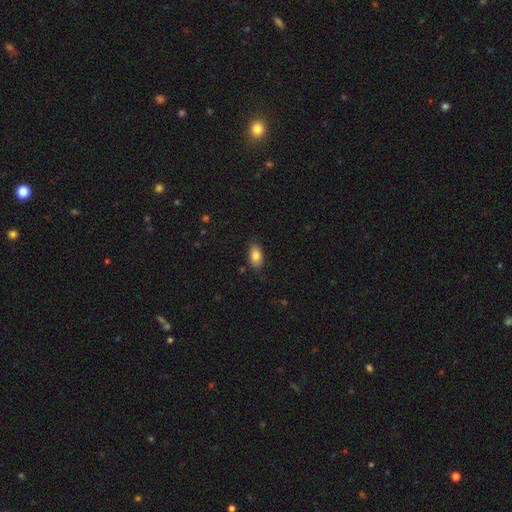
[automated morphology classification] This is clearly a smooth galaxy (83%). How rounded: clearly in between (92%). Merging: clearly none (85%).